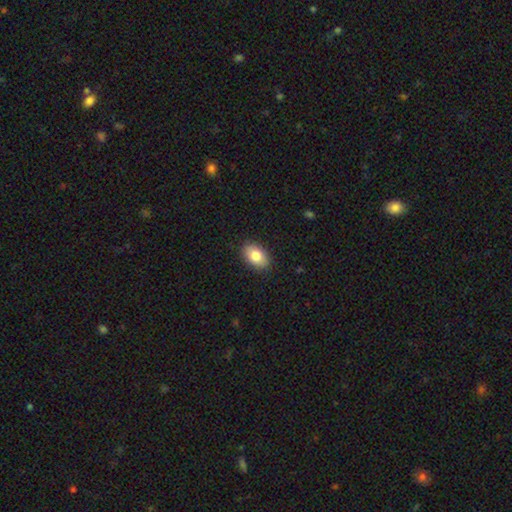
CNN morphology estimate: Smooth or featured? smooth (83%)
How rounded? in between (87%)
Merging? none (88%)